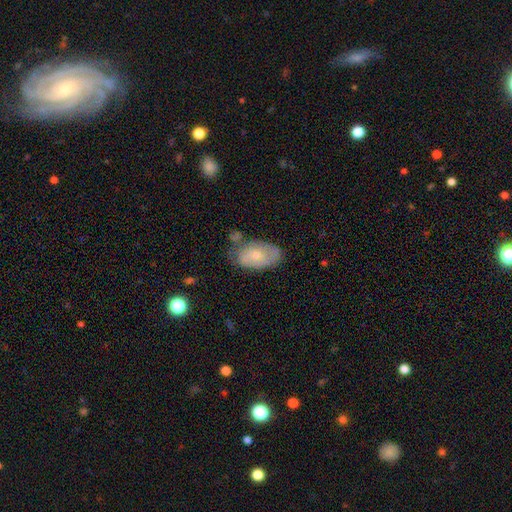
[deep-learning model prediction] This appears to be a smooth galaxy with no disk features (59%) that is in between round and cigar-shaped (92%). Merging: none (58%).